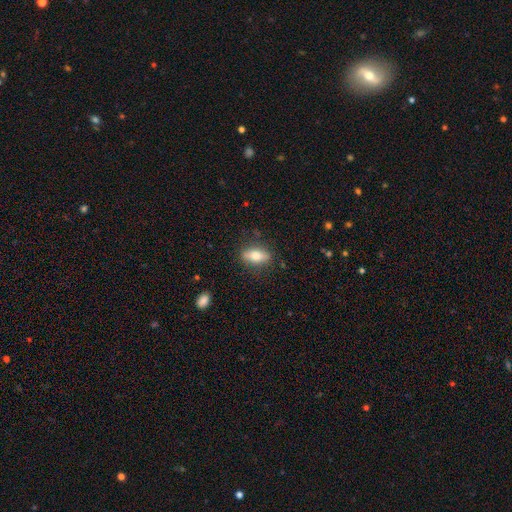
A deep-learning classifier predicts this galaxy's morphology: This is likely a smooth galaxy (68%). How rounded: likely in between (75%). Merging: clearly none (83%).